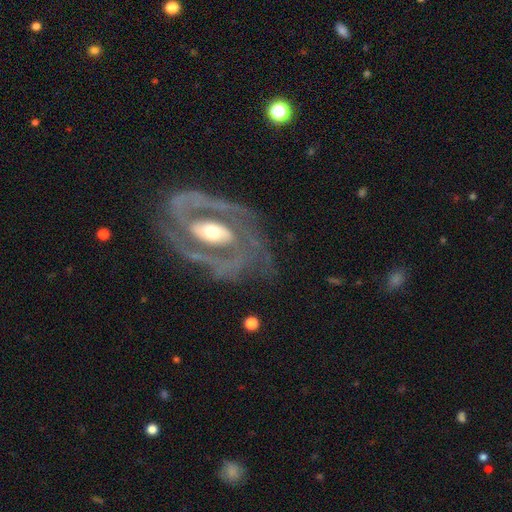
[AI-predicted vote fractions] A featured or disk galaxy (91%) with a strong bar (43%), 2 (81%) tight (46%) spiral arms (92%) and a moderate central bulge (65%).

Vote fractions:
- Smooth or featured? featured or disk: 91% / smooth: 5% / star or artifact: 4%
- Edge-on disk? no: 95% / yes: 5%
- Bar? strong: 43% / weak: 32% / no: 25%
- Spiral arms? yes: 92% / no: 8%
- Spiral winding? tight: 46% / medium: 44% / loose: 10%
- Spiral arm count? 2: 81% / can't tell: 7% / 3: 5% / 1: 3% / 4: 2% / more than 4: 2%
- Bulge size? moderate: 65% / small: 25% / large: 8% / none: 1% / dominant: 1%
- Merging? none: 72% / minor disturbance: 17% / major disturbance: 10% / merger: 2%